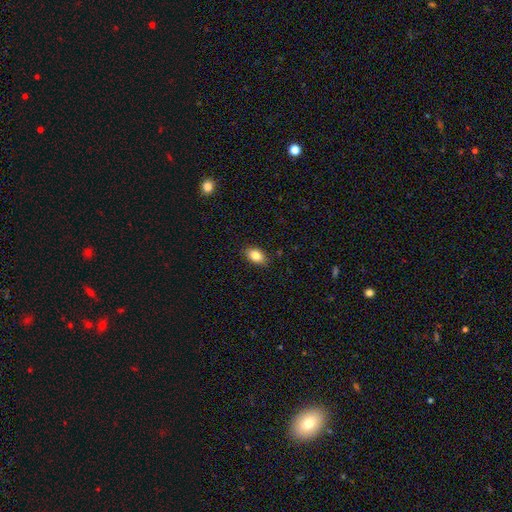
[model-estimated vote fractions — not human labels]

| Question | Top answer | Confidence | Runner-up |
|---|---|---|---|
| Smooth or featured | smooth | 85% | star or artifact (8%) |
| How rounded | in between | 88% | round (10%) |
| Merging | none | 88% | minor disturbance (9%) |